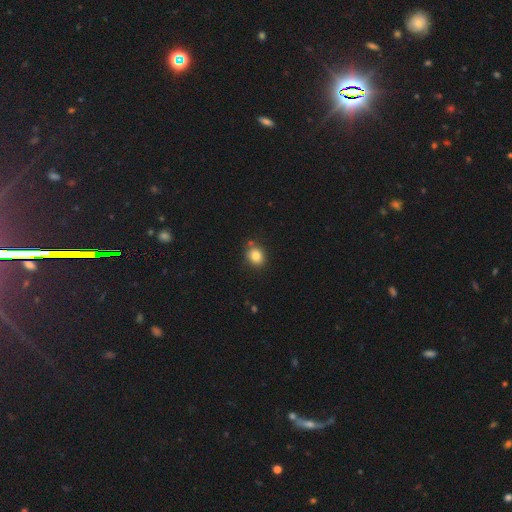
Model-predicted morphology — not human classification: smooth_or_featured: smooth (p=0.84) [alt: star or artifact p=0.11]
how_rounded: round (p=0.71) [alt: in between p=0.28]
merging: none (p=0.81) [alt: minor disturbance p=0.12]